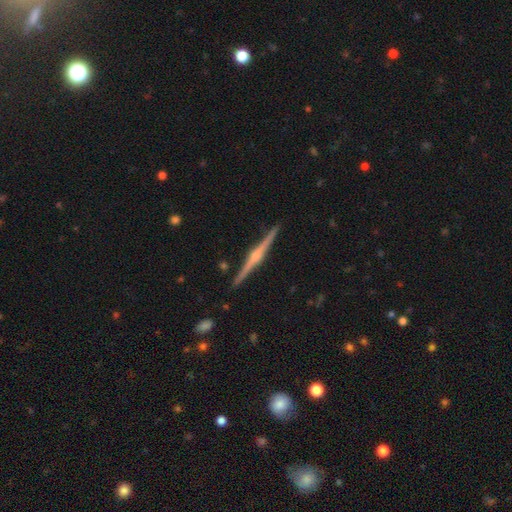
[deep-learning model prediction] Smooth or featured?
  - featured or disk: 81% *
  - smooth: 12%
  - star or artifact: 7%
Edge-on disk?
  - yes: 98% *
  - no: 2%
Edge-on bulge?
  - rounded: 82% *
  - none: 11%
  - boxy: 8%
Merging?
  - none: 90% *
  - minor disturbance: 7%
  - major disturbance: 2%
  - merger: 2%